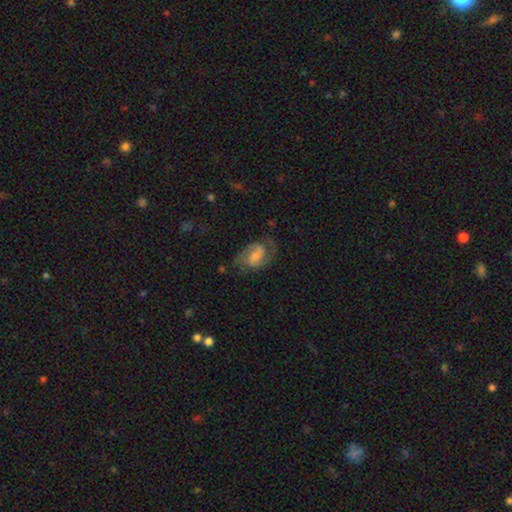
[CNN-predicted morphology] Smooth or featured? Predicted: featured or disk (p=0.72). Edge-on disk? Predicted: no (p=0.97). Bar? Predicted: weak (p=0.51). Spiral arms? Predicted: yes (p=0.92). Spiral winding? Predicted: medium (p=0.52). Spiral arm count? Predicted: 2 (p=0.85). Bulge size? Predicted: small (p=0.43). Merging? Predicted: none (p=0.68).